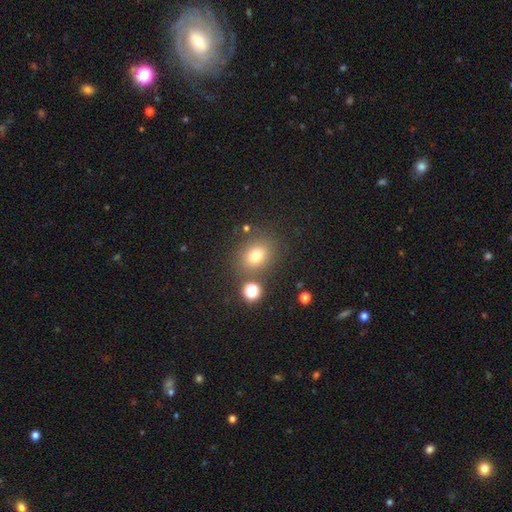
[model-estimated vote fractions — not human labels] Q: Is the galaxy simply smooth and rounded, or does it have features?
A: smooth — 75%.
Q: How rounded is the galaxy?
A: round — 52%.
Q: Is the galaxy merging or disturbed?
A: none — 76%.